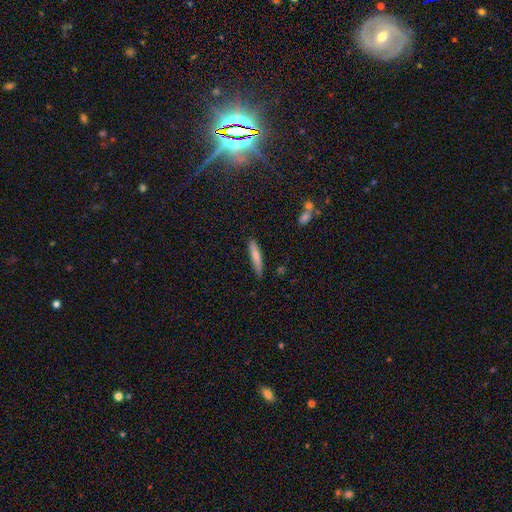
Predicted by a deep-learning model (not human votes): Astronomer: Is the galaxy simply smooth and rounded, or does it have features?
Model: smooth — 76%.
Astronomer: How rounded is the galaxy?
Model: cigar-shaped — 89%.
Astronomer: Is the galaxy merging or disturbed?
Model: none — 83%.